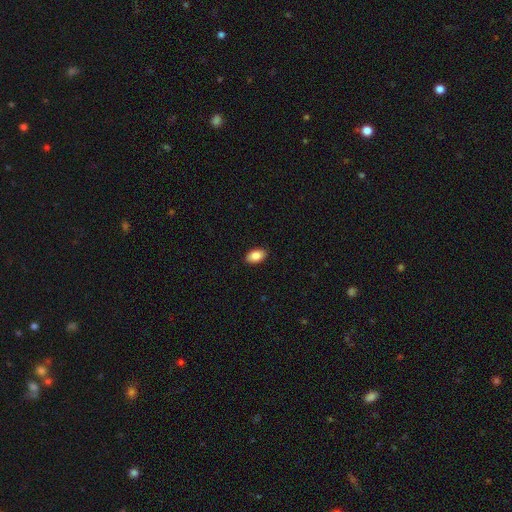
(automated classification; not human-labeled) A smooth galaxy with no disk features (86%) that is in between round and cigar-shaped (92%).

Vote fractions:
- Smooth or featured? smooth: 86% / star or artifact: 7% / featured or disk: 7%
- How rounded? in between: 92% / round: 6% / cigar-shaped: 1%
- Merging? none: 90% / minor disturbance: 7% / major disturbance: 2% / merger: 1%